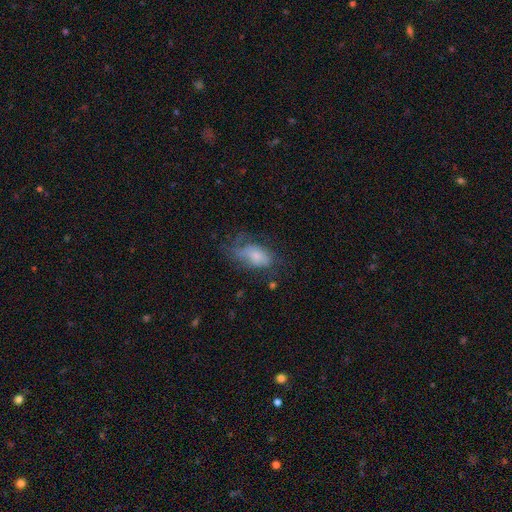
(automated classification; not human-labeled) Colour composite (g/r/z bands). It shows a smooth galaxy with no disk features (57%) that is in between round and cigar-shaped (90%). Merging: none (36%).